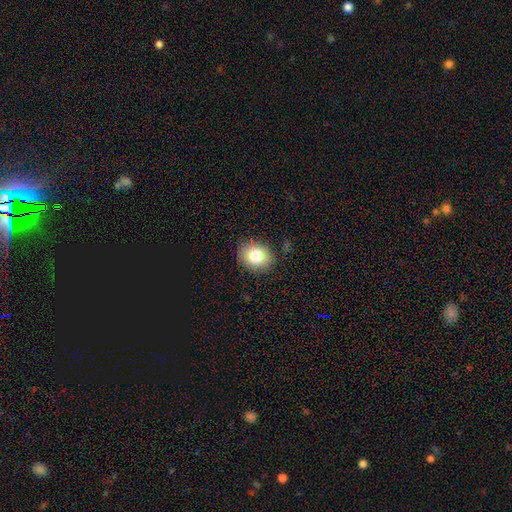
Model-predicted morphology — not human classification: Q: Smooth or featured?
A: smooth (81%); runner-up: star or artifact (10%)
Q: How rounded?
A: round (51%); runner-up: in between (48%)
Q: Merging?
A: none (86%); runner-up: minor disturbance (10%)